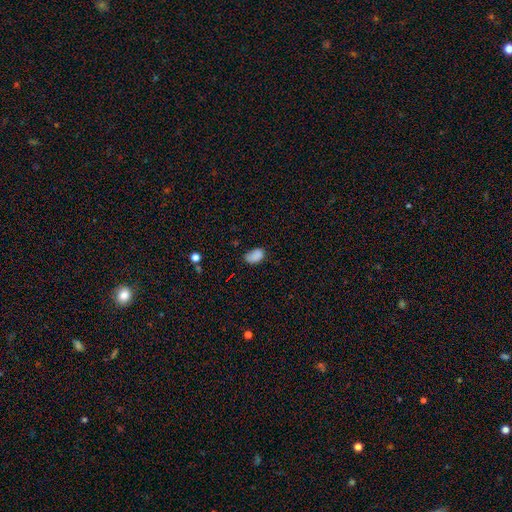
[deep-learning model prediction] Overall: smooth (82%). How rounded: in between (88%). Merging: none (58%; minor disturbance 29%).